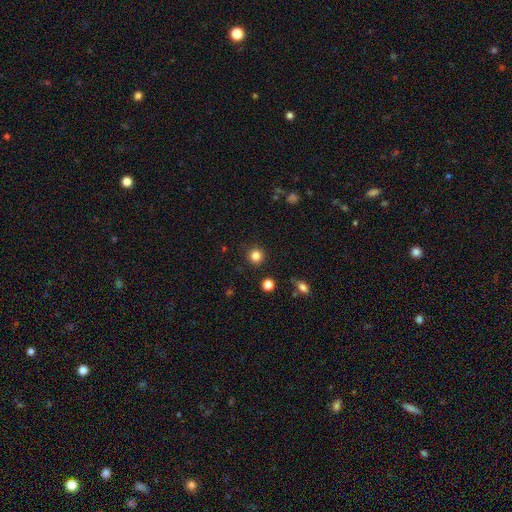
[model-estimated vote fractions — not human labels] Smooth or featured: smooth — 84% (star or artifact — 12%)
How rounded: round — 95% (in between — 5%)
Merging: none — 90% (minor disturbance — 6%)